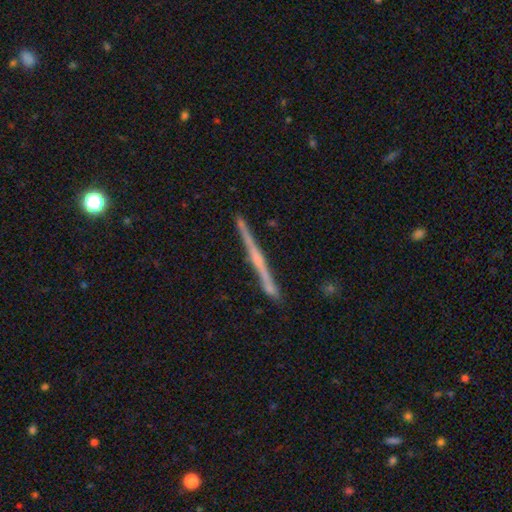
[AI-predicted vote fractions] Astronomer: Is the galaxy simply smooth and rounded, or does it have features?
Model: featured or disk — 74%.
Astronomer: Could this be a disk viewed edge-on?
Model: yes — 98%.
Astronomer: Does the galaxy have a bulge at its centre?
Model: none — 44% (runner-up: rounded, 43%).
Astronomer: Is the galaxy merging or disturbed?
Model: none — 87%.